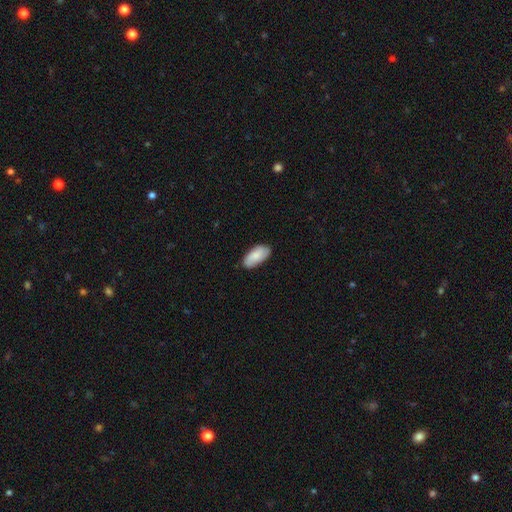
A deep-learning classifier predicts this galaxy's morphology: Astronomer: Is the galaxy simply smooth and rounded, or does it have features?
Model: smooth — 81%.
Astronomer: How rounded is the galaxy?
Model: in between — 91%.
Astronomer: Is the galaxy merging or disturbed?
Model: none — 81%.